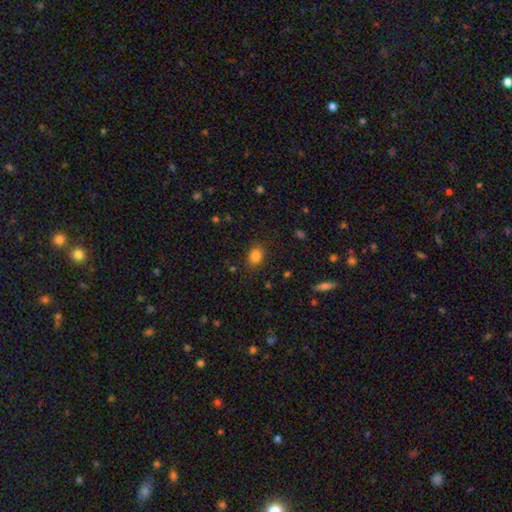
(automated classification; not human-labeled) smooth_or_featured: smooth (p=0.84) [alt: star or artifact p=0.11]
how_rounded: in between (p=0.66) [alt: round p=0.33]
merging: none (p=0.80) [alt: minor disturbance p=0.15]